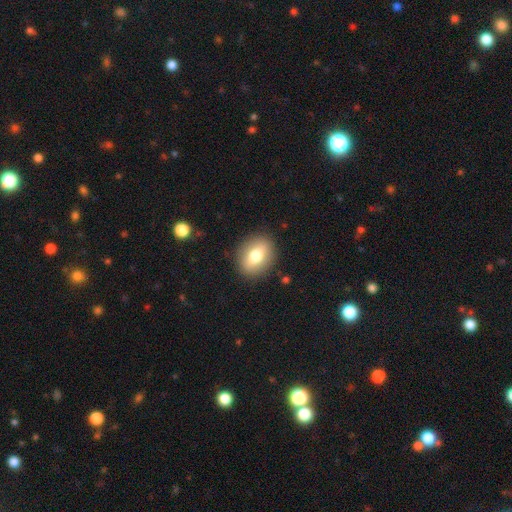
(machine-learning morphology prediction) This is likely a smooth galaxy (72%). How rounded: likely in between (62%). Merging: clearly none (88%).